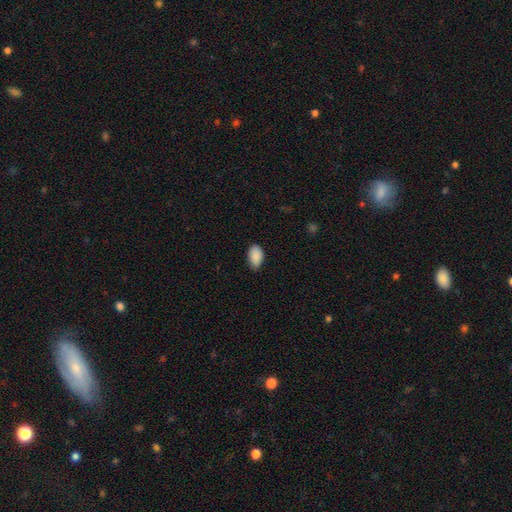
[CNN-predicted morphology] Smooth or featured? smooth (90%)
How rounded? in between (93%)
Merging? none (75%)